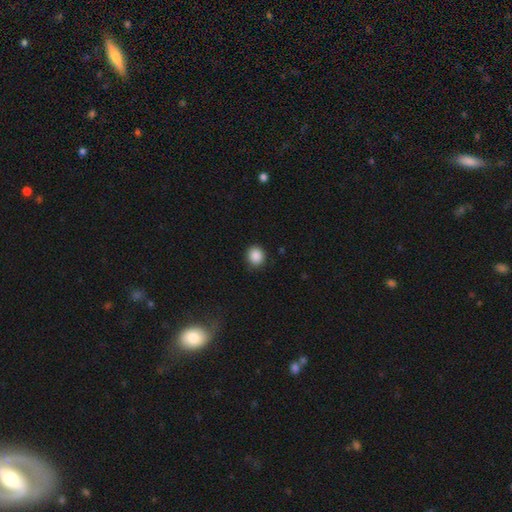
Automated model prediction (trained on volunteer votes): Smooth or featured? smooth (88%)
How rounded? round (82%)
Merging? none (88%)